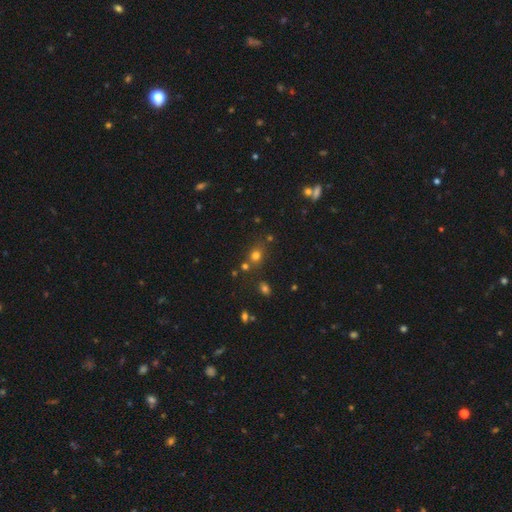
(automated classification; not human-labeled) Smooth or featured? Predicted: smooth (p=0.70). How rounded? Predicted: round (p=0.72). Merging? Predicted: none (p=0.69).